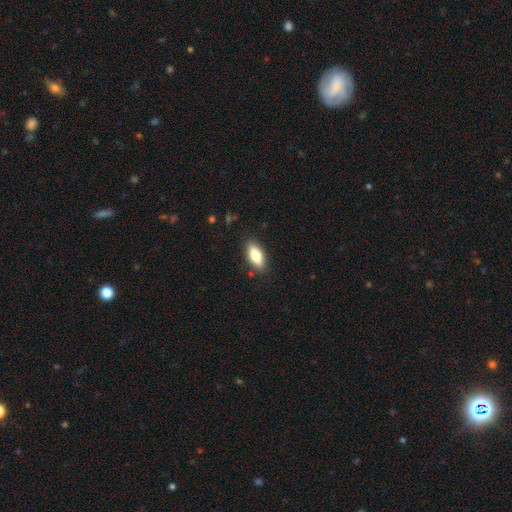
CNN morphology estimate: Q: Smooth or featured?
A: smooth (78%); runner-up: featured or disk (15%)
Q: How rounded?
A: in between (84%); runner-up: cigar-shaped (13%)
Q: Merging?
A: none (86%); runner-up: minor disturbance (10%)